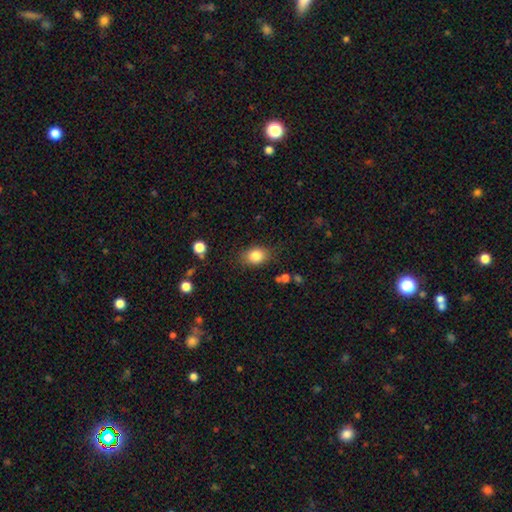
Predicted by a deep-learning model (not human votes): smooth 84%, star or artifact 9%, featured or disk 7%. Down the decision tree: how rounded — in between (63%); merging — none (80%).